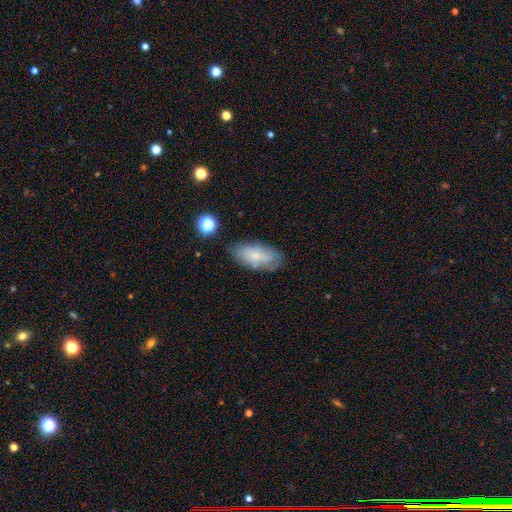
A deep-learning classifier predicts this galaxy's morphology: smooth 65%, featured or disk 27%, star or artifact 8%. Down the decision tree: how rounded — in between (89%); merging — none (72%).